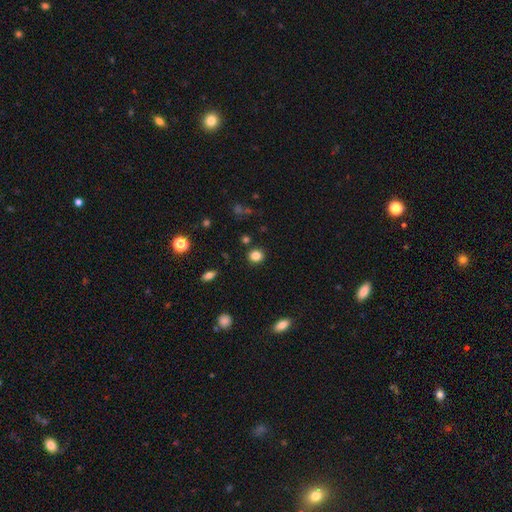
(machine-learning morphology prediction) smooth-or-featured: smooth: 83% | star or artifact: 12% | featured or disk: 5%
  how-rounded: round: 85% | in between: 14% | cigar-shaped: 1%
  merging: none: 89% | minor disturbance: 7% | major disturbance: 2% | merger: 2%